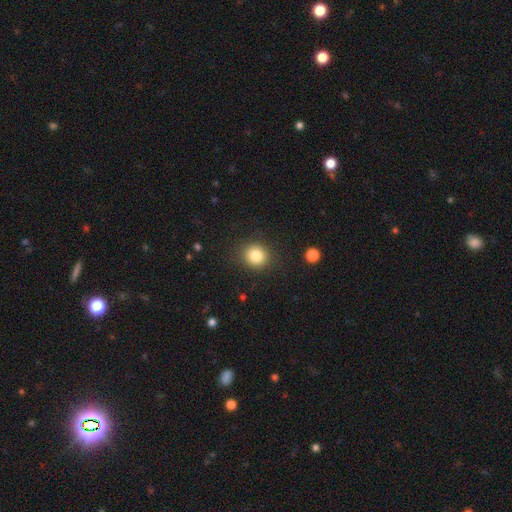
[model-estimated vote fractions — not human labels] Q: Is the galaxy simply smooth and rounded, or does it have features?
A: smooth — 84%.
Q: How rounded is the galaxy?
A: round — 85%.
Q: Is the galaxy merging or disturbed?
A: none — 88%.